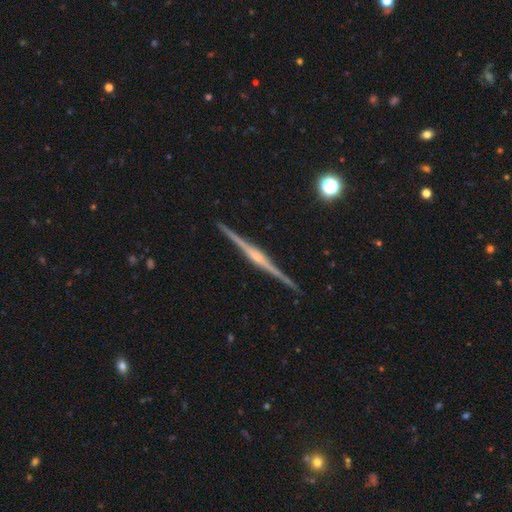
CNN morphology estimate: This appears to be a featured or disk galaxy (88%) viewed edge-on (99%) with a rounded central bulge (69%). Merging: none (92%).